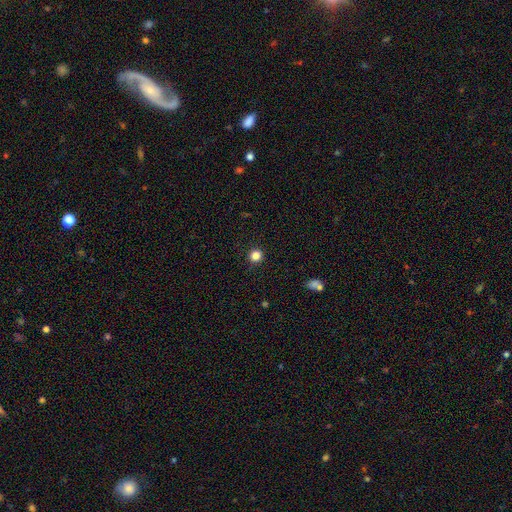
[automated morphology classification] This is clearly a smooth galaxy (84%). How rounded: clearly round (93%). Merging: clearly none (92%).